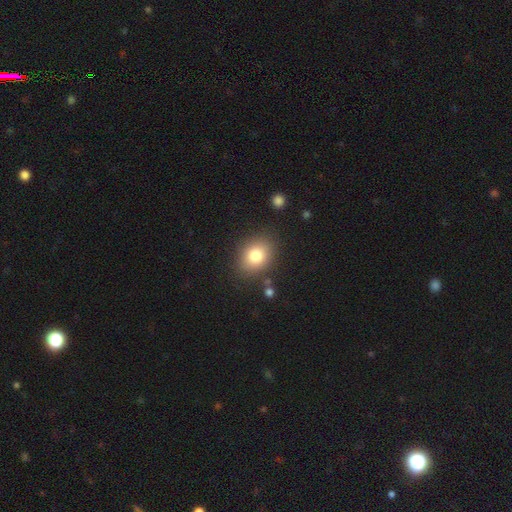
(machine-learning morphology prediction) Smooth or featured? Predicted: smooth (p=0.79). How rounded? Predicted: in between (p=0.55). Merging? Predicted: none (p=0.84).